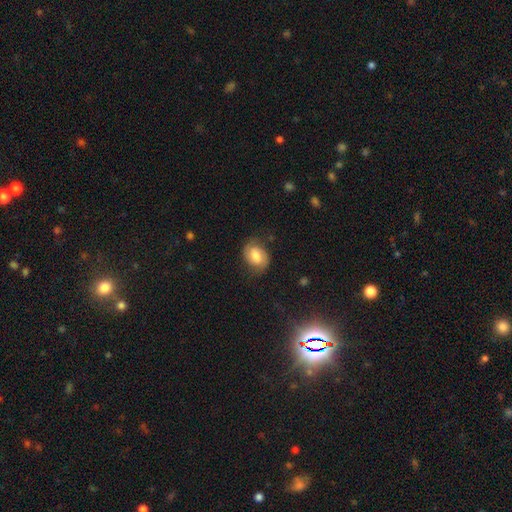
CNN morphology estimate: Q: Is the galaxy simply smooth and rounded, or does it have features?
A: smooth — 52%.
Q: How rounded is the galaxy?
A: in between — 66%.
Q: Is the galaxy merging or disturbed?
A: none — 71%.